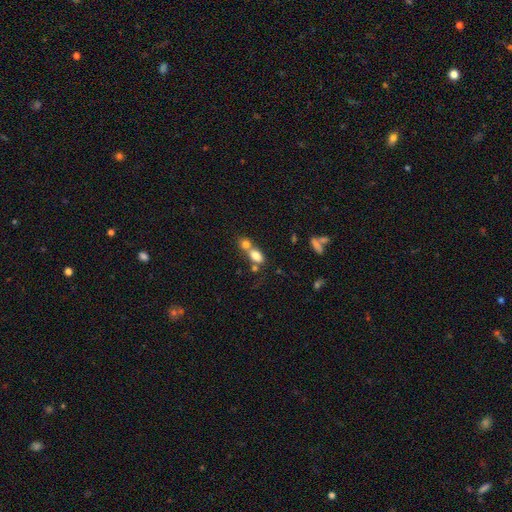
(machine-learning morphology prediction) Smooth or featured: smooth — 77% (featured or disk — 12%)
How rounded: in between — 76% (round — 19%)
Merging: merger — 57% (none — 31%)